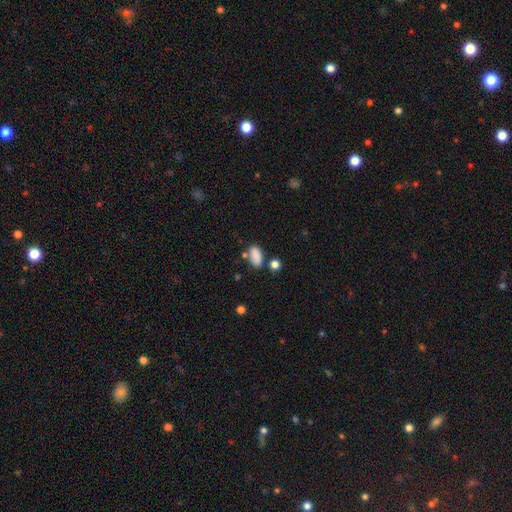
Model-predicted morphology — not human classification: The model was most divided on "merging": none: 64%, minor disturbance: 16%, merger: 14%, major disturbance: 5%. More confident: how rounded — in between (90%); smooth or featured — smooth (85%).